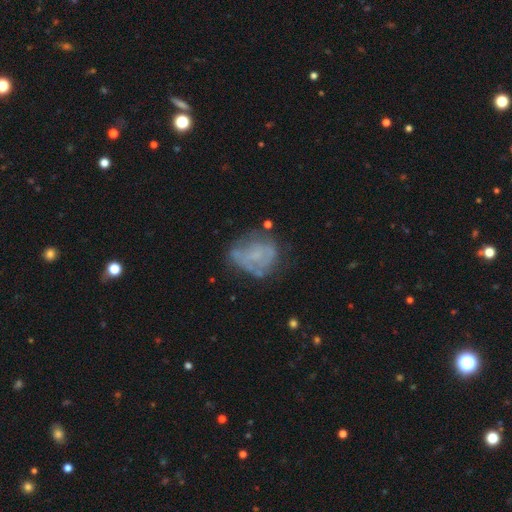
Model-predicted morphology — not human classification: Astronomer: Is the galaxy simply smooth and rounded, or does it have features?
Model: featured or disk — 52% (runner-up: smooth, 36%).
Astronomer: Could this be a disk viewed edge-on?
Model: no — 97%.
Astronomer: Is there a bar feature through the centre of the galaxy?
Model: no — 74%.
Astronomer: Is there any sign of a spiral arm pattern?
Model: no — 64%.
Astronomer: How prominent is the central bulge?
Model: none — 57%.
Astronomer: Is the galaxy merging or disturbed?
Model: none — 47% (runner-up: minor disturbance, 26%).